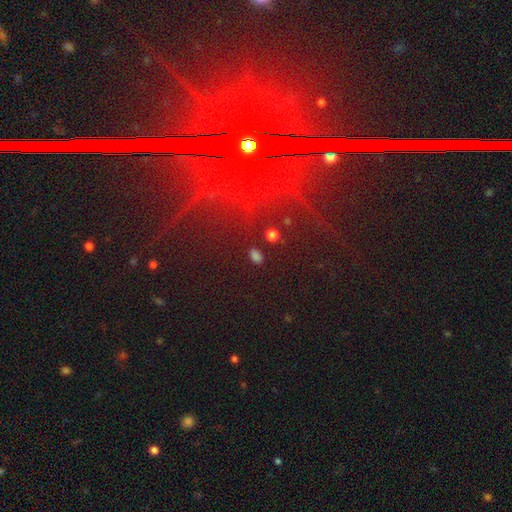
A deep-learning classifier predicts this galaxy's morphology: Smooth or featured? Predicted: star or artifact (p=0.61).